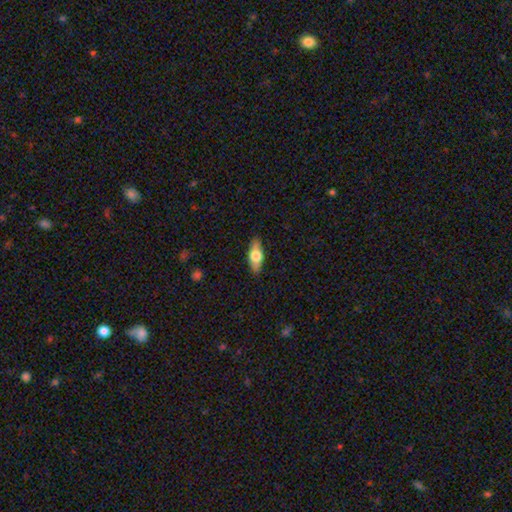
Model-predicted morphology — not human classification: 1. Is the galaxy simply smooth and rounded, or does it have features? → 62% smooth, 32% featured or disk, 6% star or artifact.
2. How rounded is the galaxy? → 71% in between, 25% cigar-shaped, 3% round.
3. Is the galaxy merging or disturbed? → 87% none, 9% minor disturbance, 2% major disturbance, 1% merger.